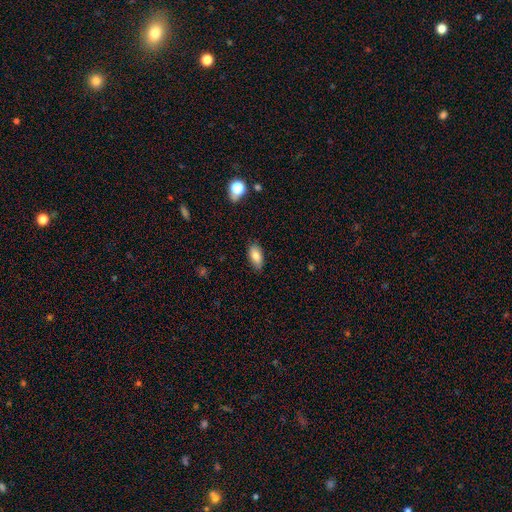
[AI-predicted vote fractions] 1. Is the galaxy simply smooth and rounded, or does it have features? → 83% smooth, 9% featured or disk, 8% star or artifact.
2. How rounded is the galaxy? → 91% in between, 6% cigar-shaped, 3% round.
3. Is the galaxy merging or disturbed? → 85% none, 12% minor disturbance, 2% major disturbance, 1% merger.